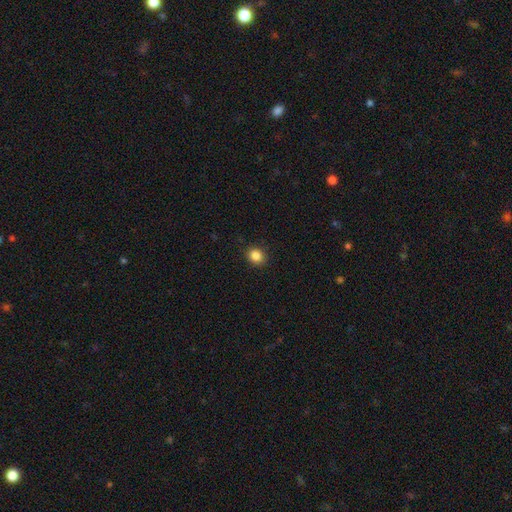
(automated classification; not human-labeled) Smooth or featured? smooth (85%)
How rounded? round (73%)
Merging? none (91%)